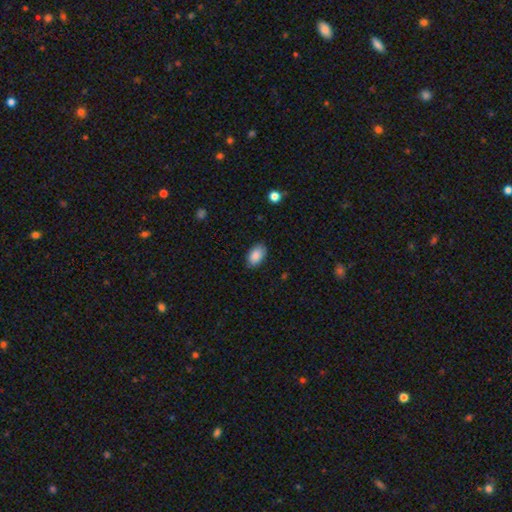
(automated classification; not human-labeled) This is clearly a smooth galaxy (87%). How rounded: clearly in between (92%). Merging: clearly none (85%).